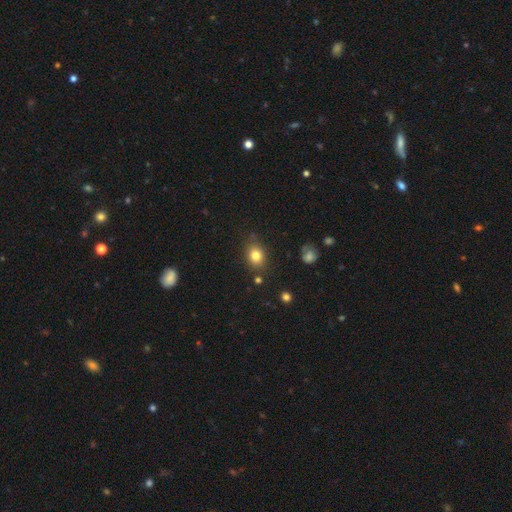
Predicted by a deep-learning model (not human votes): Morphology: type=smooth (81%); roundness=in between (54%); merging=none (79%).